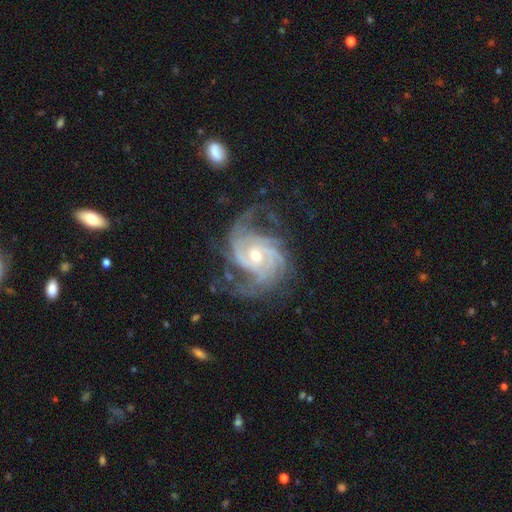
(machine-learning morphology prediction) type=featured or disk (91%); edge-on=no (98%); bar=no (62%); spiral arms=yes (98%); winding=tight (46%); arm count=3 (28%); bulge=moderate (61%); merging=none (62%).